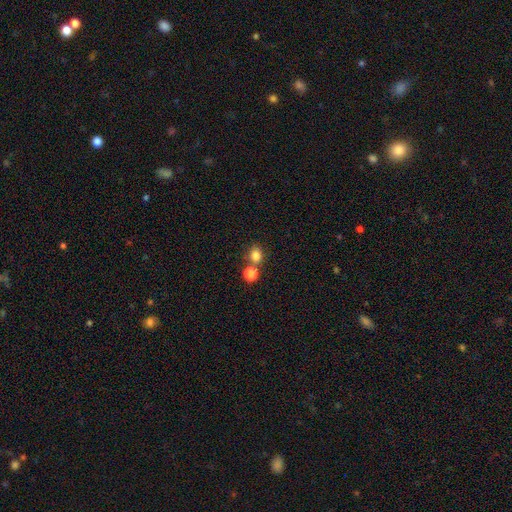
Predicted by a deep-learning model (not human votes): Morphology: type=smooth (80%); roundness=round (66%); merging=none (63%).